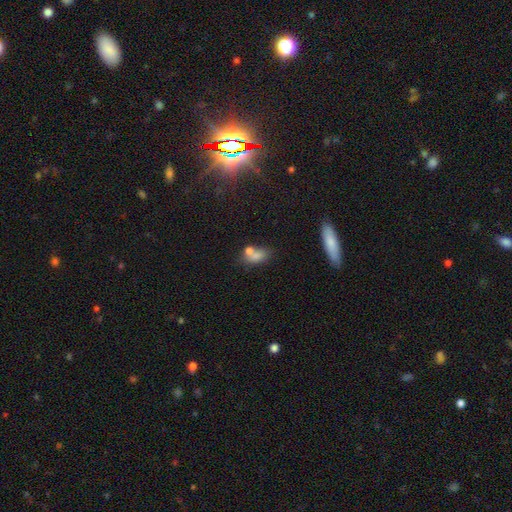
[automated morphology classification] smooth-or-featured: smooth: 64% | star or artifact: 20% | featured or disk: 15%
  how-rounded: in between: 70% | round: 20% | cigar-shaped: 10%
  merging: none: 45% | merger: 36% | minor disturbance: 13% | major disturbance: 6%